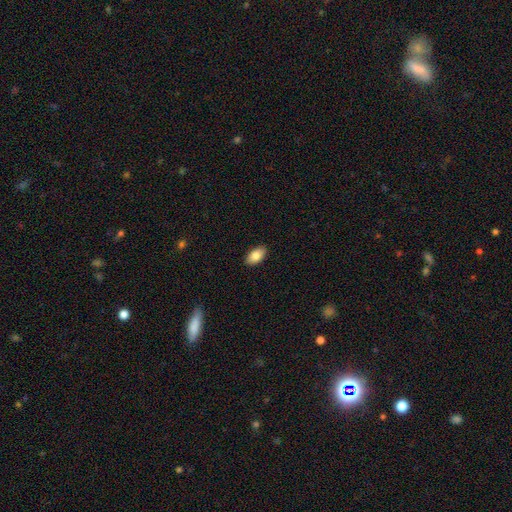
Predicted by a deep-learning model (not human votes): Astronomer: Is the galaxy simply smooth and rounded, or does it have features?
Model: smooth — 83%.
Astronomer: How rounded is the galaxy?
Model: in between — 94%.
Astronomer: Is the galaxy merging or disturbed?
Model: none — 89%.